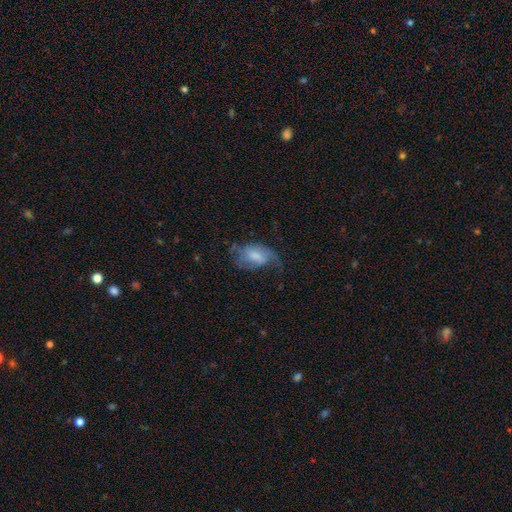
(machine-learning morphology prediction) This appears to be a featured or disk galaxy (56%) with no bar (47%), spiral arms (78%) and a moderate central bulge (37%). Merging: none (39%).